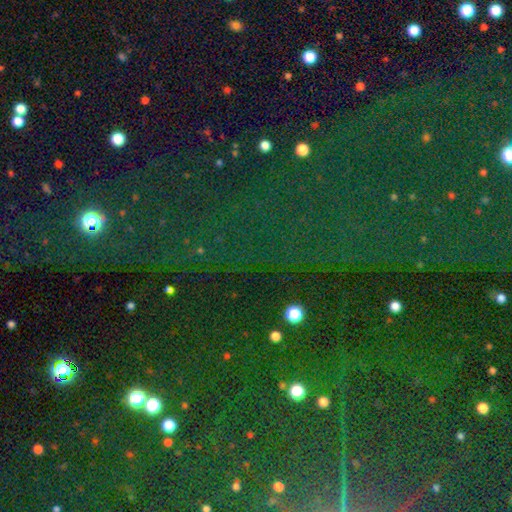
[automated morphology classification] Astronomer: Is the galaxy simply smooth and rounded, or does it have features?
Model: star or artifact — 78%.